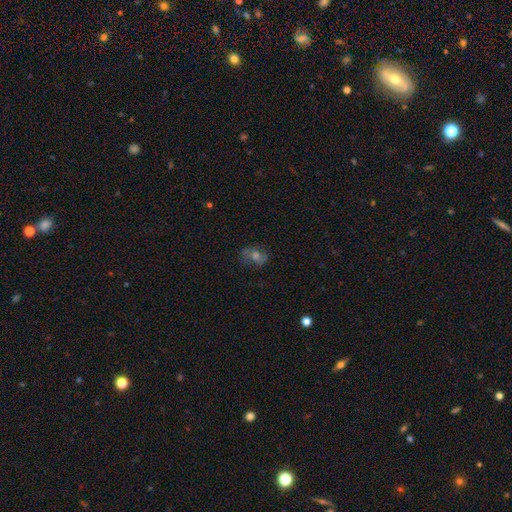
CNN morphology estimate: smooth-or-featured: featured or disk: 41% | smooth: 39% | star or artifact: 20%
  merging: none: 72% | minor disturbance: 17% | major disturbance: 8% | merger: 2%